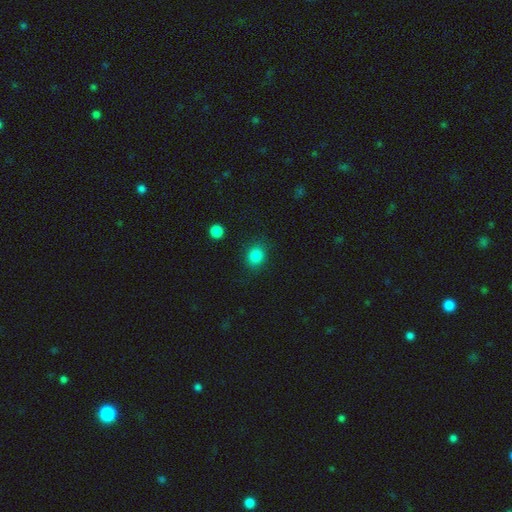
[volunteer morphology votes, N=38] Overall: smooth (89%). How rounded: round (79%). Merging: none (83%).